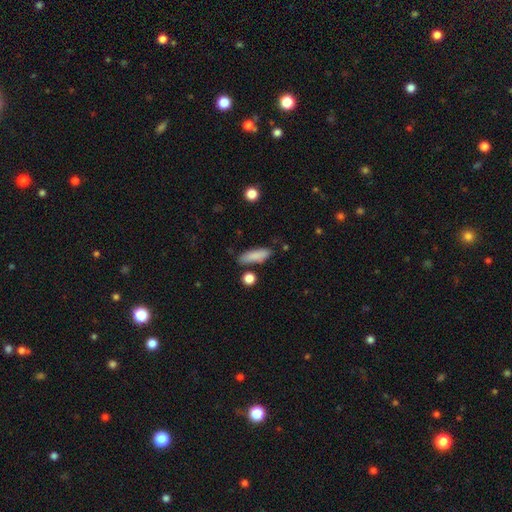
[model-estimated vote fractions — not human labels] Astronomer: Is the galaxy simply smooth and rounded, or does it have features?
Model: smooth — 85%.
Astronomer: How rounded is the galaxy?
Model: cigar-shaped — 50% (runner-up: in between, 47%).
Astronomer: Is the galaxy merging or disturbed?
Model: none — 79%.